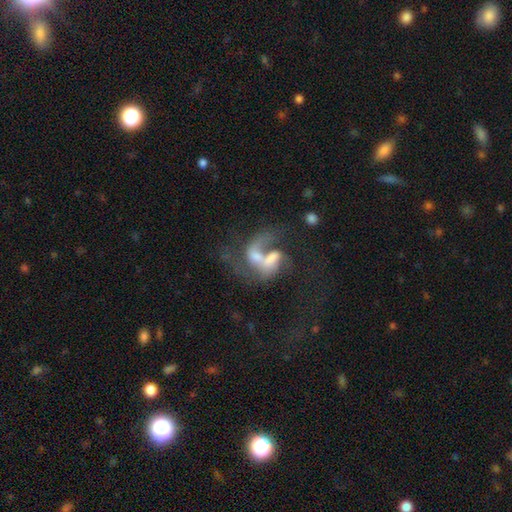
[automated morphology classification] This appears to be a featured or disk galaxy (65%) with no bar (54%), spiral arms (66%) and a moderate central bulge (37%). Merging: merger (60%).